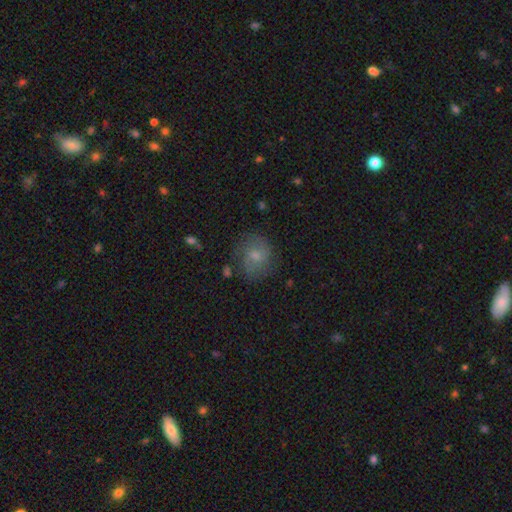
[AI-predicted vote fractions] This appears to be a smooth galaxy with no disk features (52%) that is round (72%). Merging: none (71%).